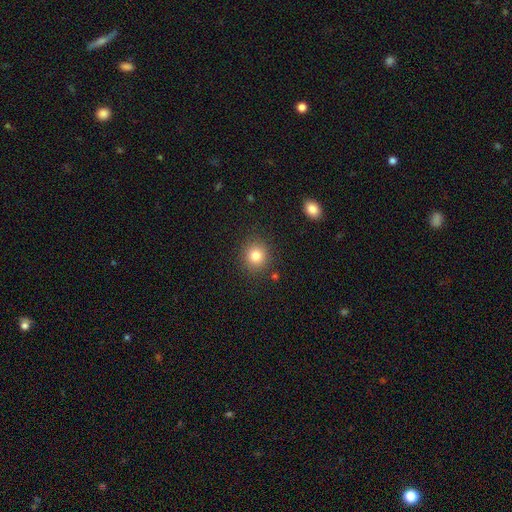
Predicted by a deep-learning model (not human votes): This appears to be a smooth galaxy with no disk features (82%) that is round (87%). Merging: none (88%).